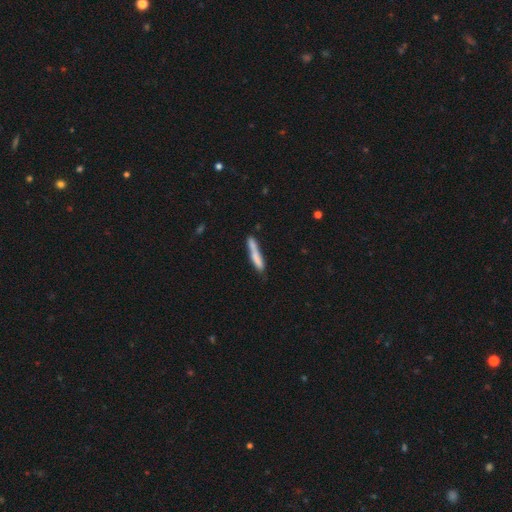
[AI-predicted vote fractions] smooth-or-featured: smooth: 72% | featured or disk: 21% | star or artifact: 6%
  how-rounded: cigar-shaped: 93% | in between: 6% | round: 1%
  merging: none: 65% | minor disturbance: 20% | merger: 10% | major disturbance: 5%